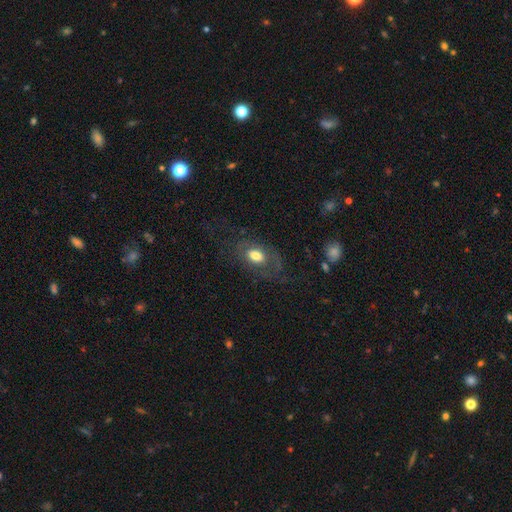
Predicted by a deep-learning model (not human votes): Smooth or featured: smooth — 58% (featured or disk — 33%)
How rounded: in between — 85% (round — 12%)
Merging: none — 58% (major disturbance — 21%)